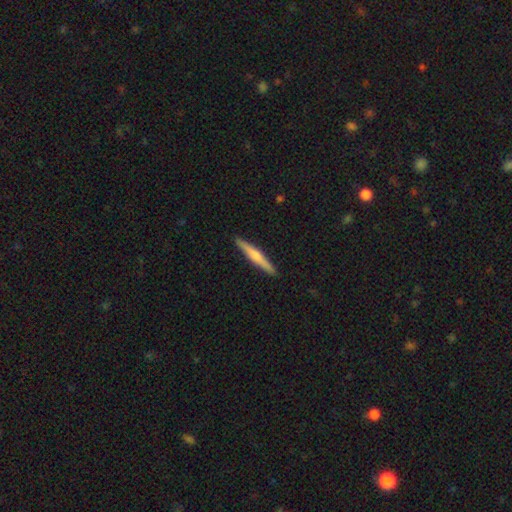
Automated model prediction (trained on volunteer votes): This appears to be a featured or disk galaxy (49%). Merging: none (92%).